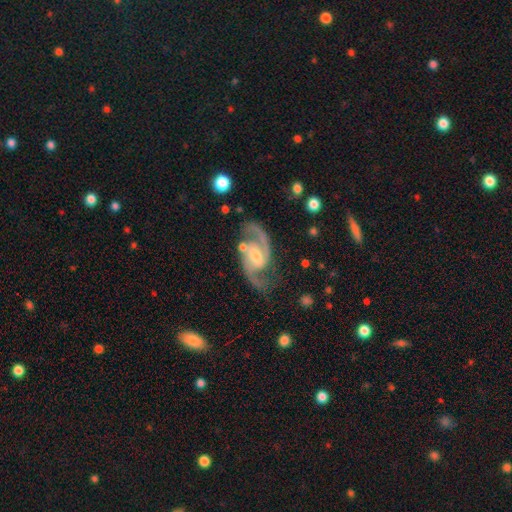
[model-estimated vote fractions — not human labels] This appears to be a featured or disk galaxy (92%) with a weak bar (53%), 2 (94%) medium (61%) spiral arms (98%) and a moderate central bulge (55%). Merging: none (71%).